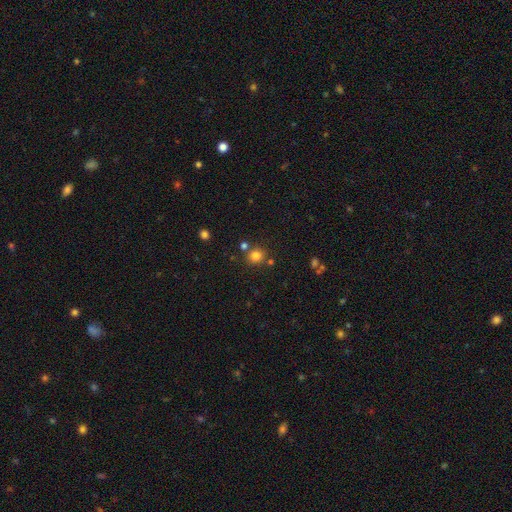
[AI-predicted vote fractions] Overall: smooth (79%). How rounded: round (84%). Merging: none (76%).